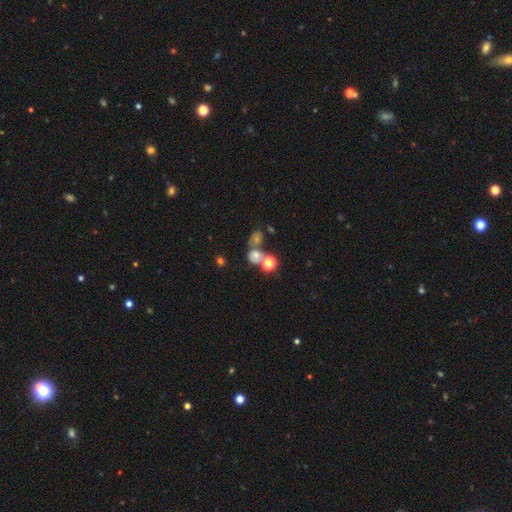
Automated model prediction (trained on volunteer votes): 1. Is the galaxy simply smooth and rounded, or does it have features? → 63% smooth, 22% star or artifact, 16% featured or disk.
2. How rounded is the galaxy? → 73% round, 26% in between, 1% cigar-shaped.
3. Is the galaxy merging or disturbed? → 44% merger, 38% none, 10% minor disturbance, 8% major disturbance.